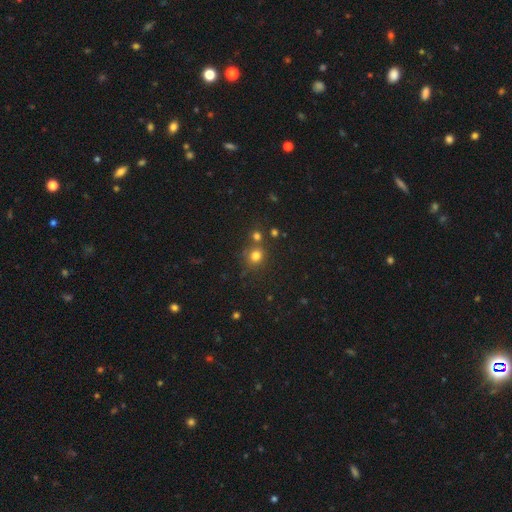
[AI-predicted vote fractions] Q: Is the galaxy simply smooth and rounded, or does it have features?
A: smooth — 76%.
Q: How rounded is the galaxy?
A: round — 86%.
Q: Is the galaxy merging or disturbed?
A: none — 66%.